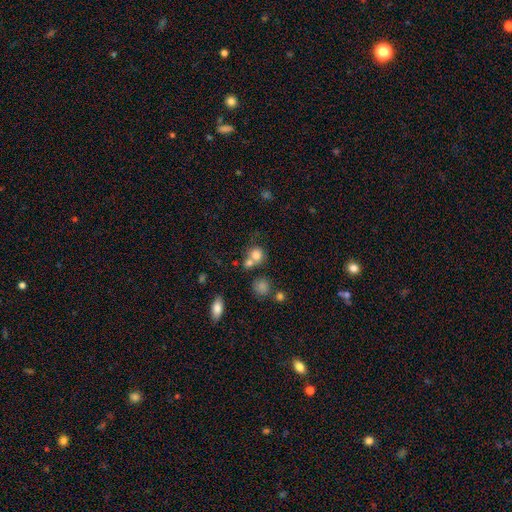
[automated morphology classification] The model was most divided on "merging": none: 43%, merger: 41%, minor disturbance: 10%, major disturbance: 5%. More confident: how rounded — round (79%); smooth or featured — smooth (77%).